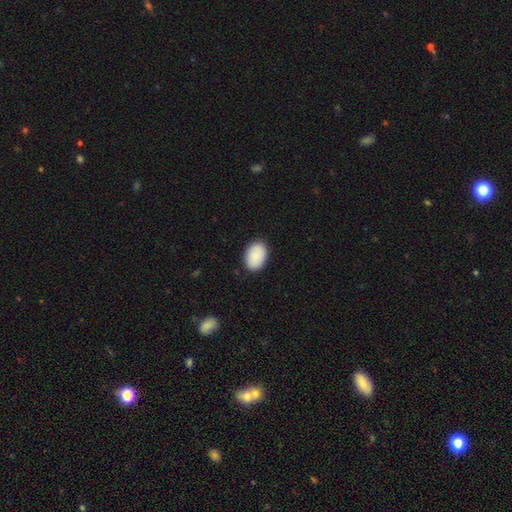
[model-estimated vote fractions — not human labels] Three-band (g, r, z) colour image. It shows a smooth galaxy with no disk features (89%) that is in between round and cigar-shaped (84%). Merging: none (88%).